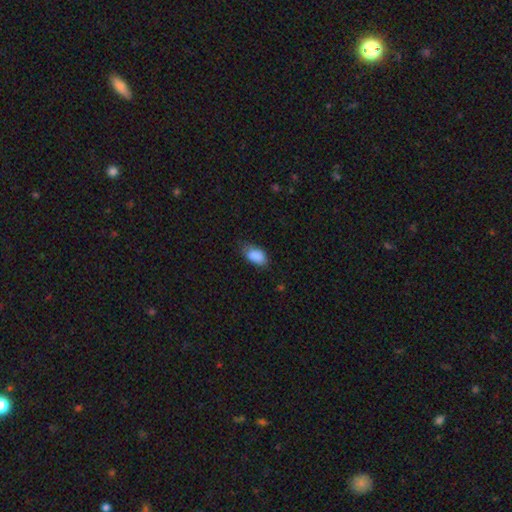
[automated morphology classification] Smooth or featured?
  - smooth: 88% *
  - star or artifact: 7%
  - featured or disk: 4%
How rounded?
  - in between: 92% *
  - round: 6%
  - cigar-shaped: 2%
Merging?
  - none: 63% *
  - minor disturbance: 30%
  - major disturbance: 6%
  - merger: 1%